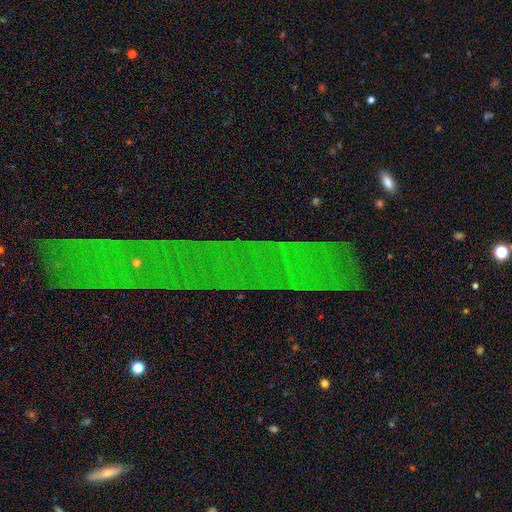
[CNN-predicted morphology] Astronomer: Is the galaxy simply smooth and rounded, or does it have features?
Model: star or artifact — 76%.